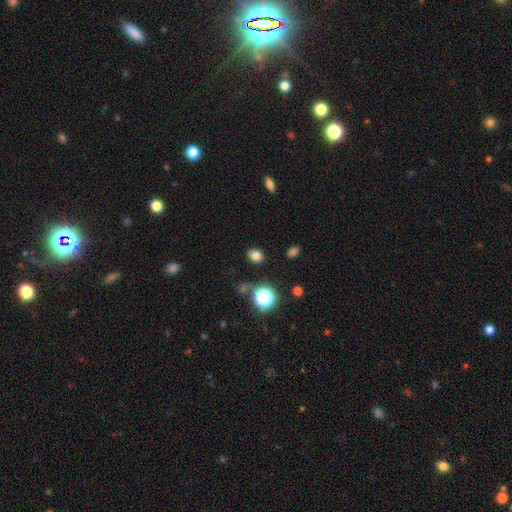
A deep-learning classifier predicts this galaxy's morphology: Smooth or featured? Predicted: smooth (p=0.78). How rounded? Predicted: in between (p=0.56). Merging? Predicted: none (p=0.86).